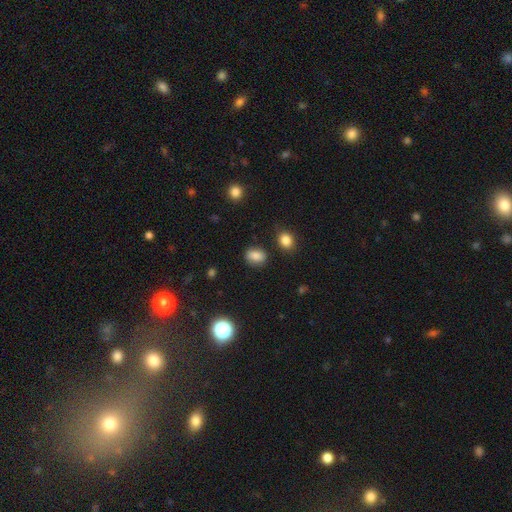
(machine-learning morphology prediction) Smooth or featured? smooth (81%)
How rounded? in between (60%)
Merging? none (81%)